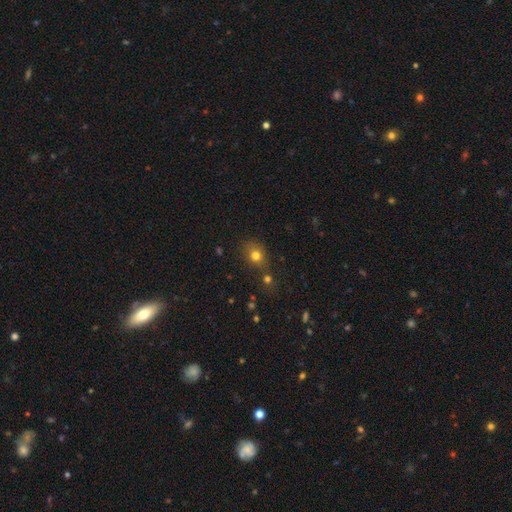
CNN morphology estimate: This appears to be a smooth galaxy with no disk features (75%) that is round (62%). Merging: none (62%).